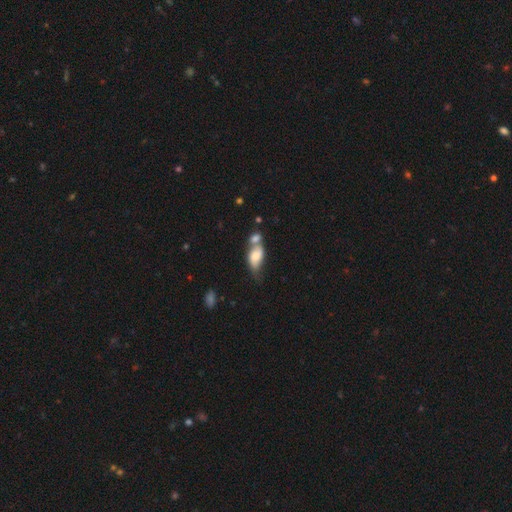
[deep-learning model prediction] This appears to be a smooth galaxy with no disk features (66%) that is in between round and cigar-shaped (87%). Merging: merger (57%).